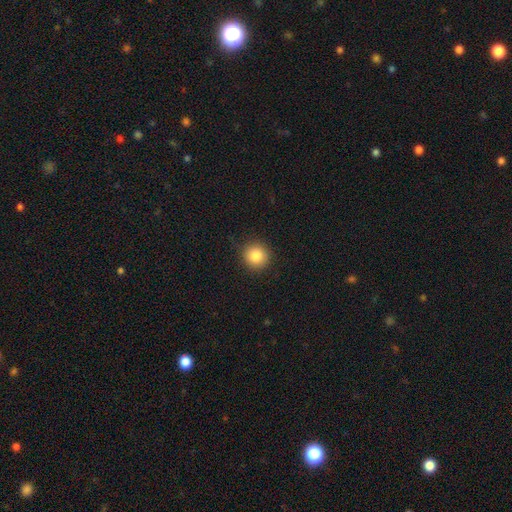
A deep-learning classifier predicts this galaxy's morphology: smooth-or-featured: smooth: 86% | star or artifact: 10% | featured or disk: 5%
  how-rounded: round: 93% | in between: 6% | cigar-shaped: 1%
  merging: none: 89% | minor disturbance: 7% | major disturbance: 2% | merger: 1%